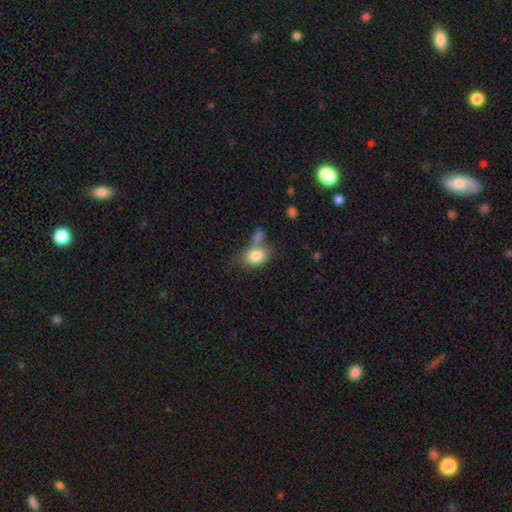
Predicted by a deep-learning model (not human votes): Q: Smooth or featured?
A: smooth (81%); runner-up: featured or disk (10%)
Q: How rounded?
A: in between (66%); runner-up: round (32%)
Q: Merging?
A: none (45%); runner-up: merger (27%)